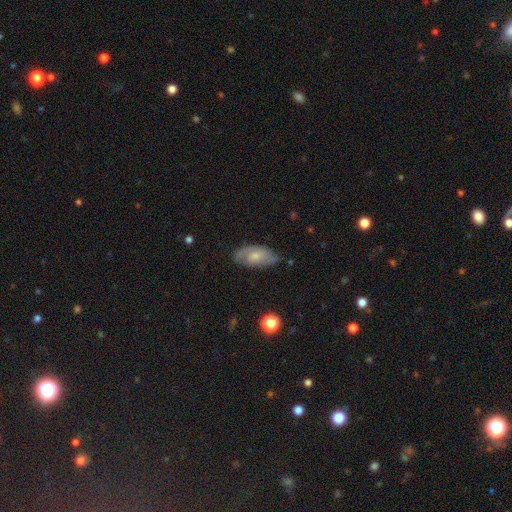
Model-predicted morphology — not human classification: A featured or disk galaxy (50%).

Vote fractions:
- Smooth or featured? featured or disk: 50% / smooth: 43% / star or artifact: 7%
- Edge-on disk? no: 91% / yes: 9%
- Merging? none: 68% / minor disturbance: 24% / major disturbance: 6% / merger: 2%